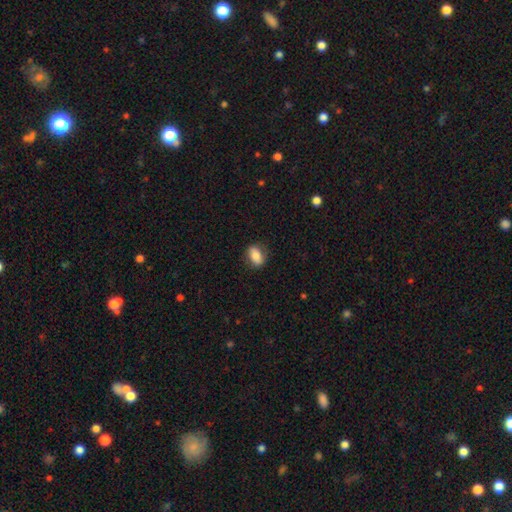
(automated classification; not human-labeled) smooth 82%, featured or disk 11%, star or artifact 7%. Down the decision tree: how rounded — in between (83%); merging — none (80%).